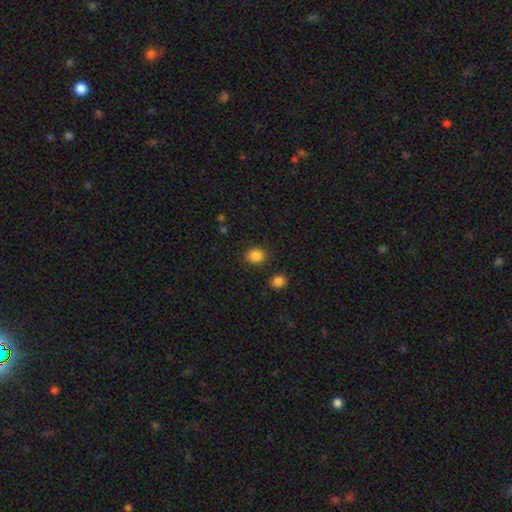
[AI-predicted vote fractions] Morphology: type=smooth (86%); roundness=round (70%); merging=none (85%).